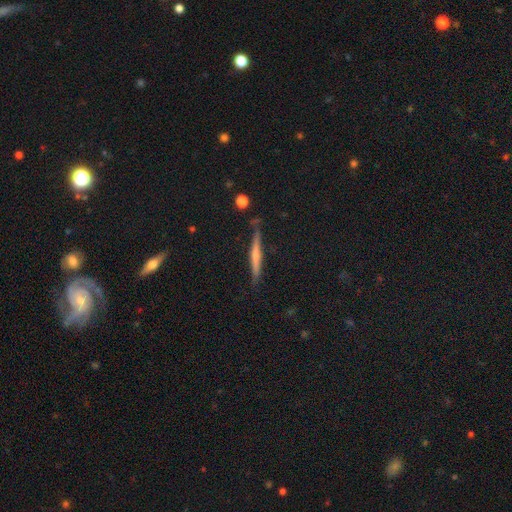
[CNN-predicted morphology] Smooth or featured: featured or disk — 48% (smooth — 45%)
Merging: none — 81% (minor disturbance — 13%)